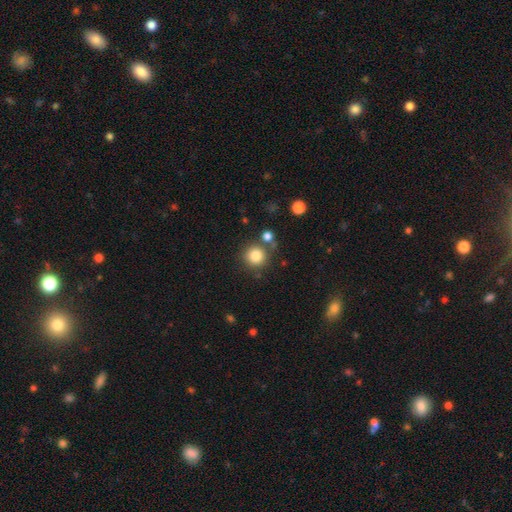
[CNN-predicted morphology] Smooth or featured? Predicted: smooth (p=0.82). How rounded? Predicted: round (p=0.93). Merging? Predicted: none (p=0.77).